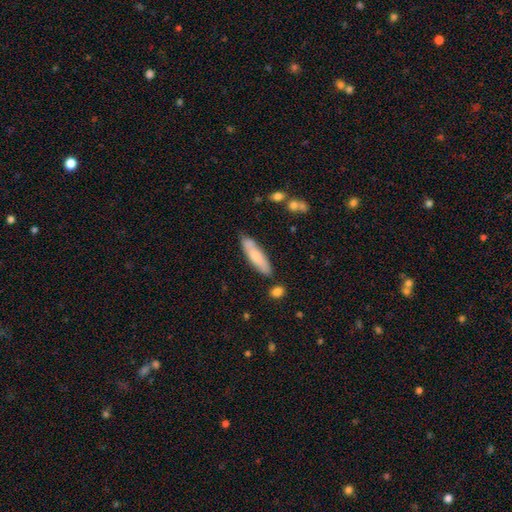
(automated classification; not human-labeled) Morphology: type=smooth (70%); roundness=cigar-shaped (71%); merging=none (77%).